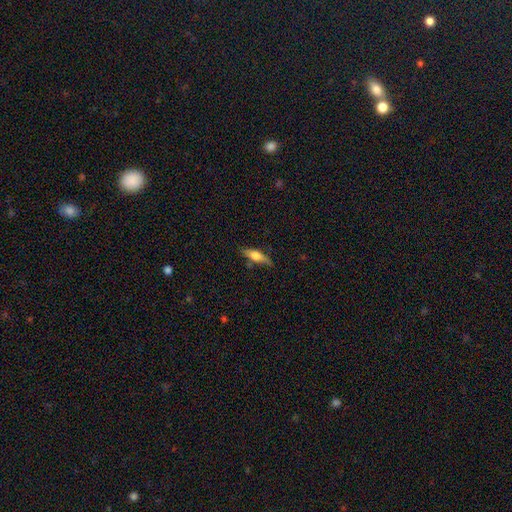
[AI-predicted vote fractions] A smooth galaxy with no disk features (60%) that is cigar-shaped (56%). Merging: none (73%).